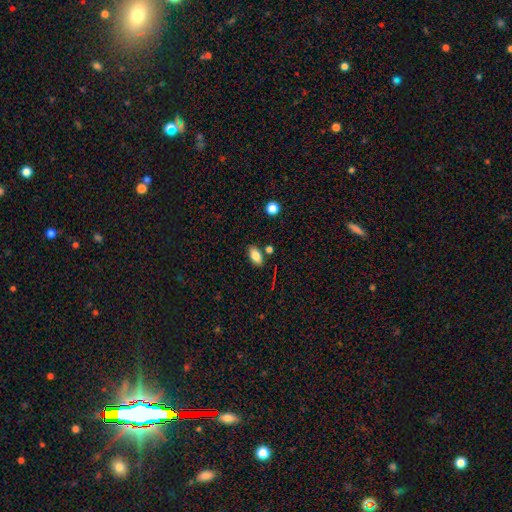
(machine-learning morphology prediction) This appears to be a smooth galaxy with no disk features (80%) that is in between round and cigar-shaped (90%). Merging: none (79%).